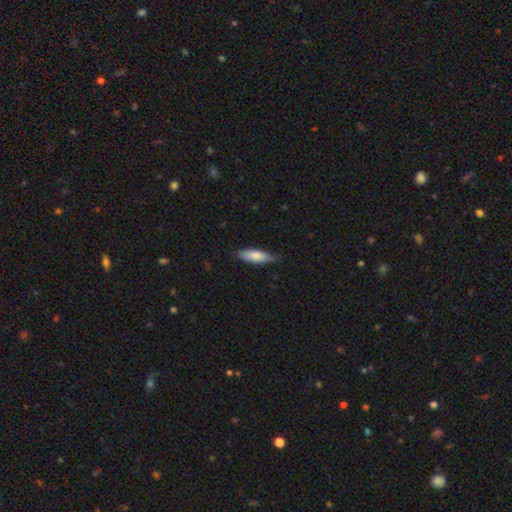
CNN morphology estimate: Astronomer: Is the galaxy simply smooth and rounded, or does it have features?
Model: smooth — 78%.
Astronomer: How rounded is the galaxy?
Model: in between — 51% (runner-up: cigar-shaped, 47%).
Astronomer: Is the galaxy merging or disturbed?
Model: none — 72%.